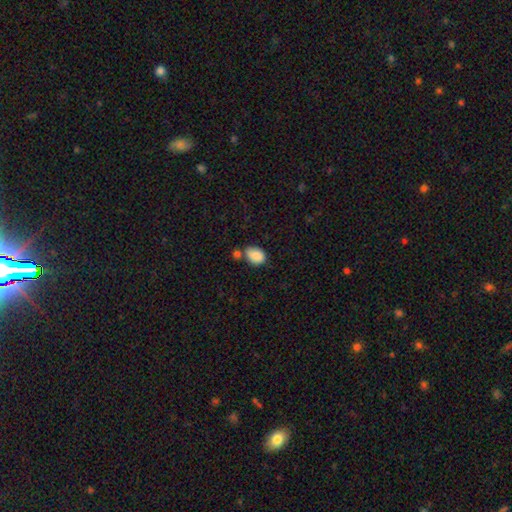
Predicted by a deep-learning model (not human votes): A smooth galaxy with no disk features (86%) that is in between round and cigar-shaped (72%).

Vote fractions:
- Smooth or featured? smooth: 86% / star or artifact: 8% / featured or disk: 6%
- How rounded? in between: 72% / round: 27% / cigar-shaped: 1%
- Merging? none: 51% / merger: 23% / minor disturbance: 20% / major disturbance: 6%